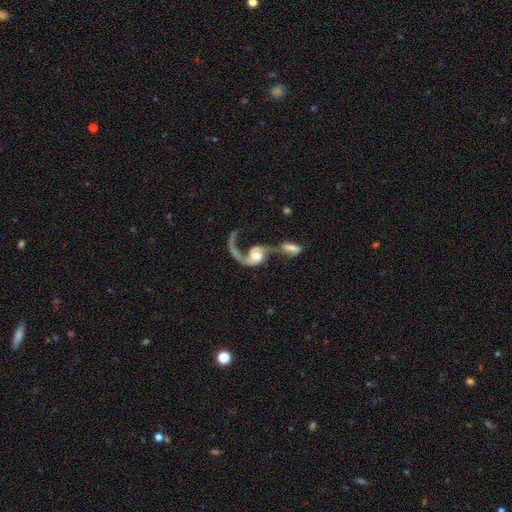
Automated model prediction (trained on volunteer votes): Q: Smooth or featured?
A: featured or disk (79%); runner-up: smooth (15%)
Q: Edge-on disk?
A: no (96%); runner-up: yes (4%)
Q: Bar?
A: no (62%); runner-up: weak (28%)
Q: Spiral arms?
A: yes (90%); runner-up: no (10%)
Q: Spiral winding?
A: loose (84%); runner-up: medium (13%)
Q: Spiral arm count?
A: 2 (55%); runner-up: 1 (39%)
Q: Bulge size?
A: moderate (36%); runner-up: large (35%)
Q: Merging?
A: merger (63%); runner-up: major disturbance (18%)